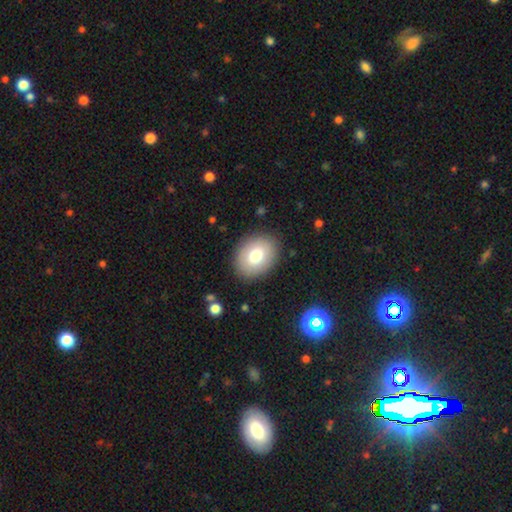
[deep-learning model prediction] Smooth or featured? smooth (77%)
How rounded? in between (64%)
Merging? none (87%)